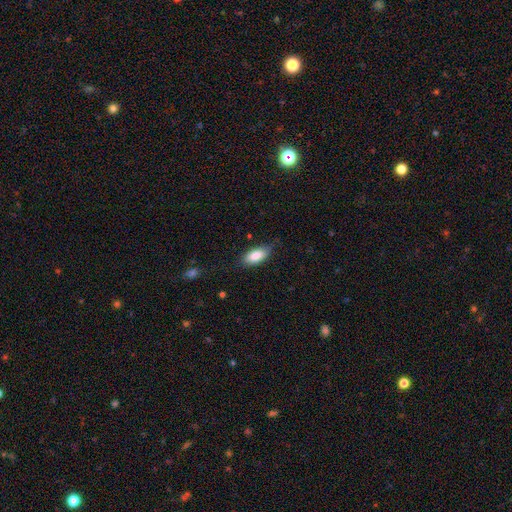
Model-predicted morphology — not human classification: Q: Smooth or featured?
A: smooth (84%); runner-up: featured or disk (9%)
Q: How rounded?
A: in between (89%); runner-up: cigar-shaped (8%)
Q: Merging?
A: none (73%); runner-up: minor disturbance (22%)